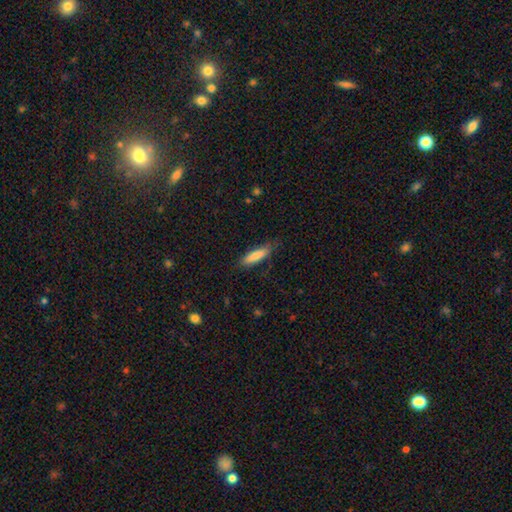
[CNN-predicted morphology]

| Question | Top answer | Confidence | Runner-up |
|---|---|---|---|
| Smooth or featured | smooth | 82% | featured or disk (12%) |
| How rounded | cigar-shaped | 69% | in between (29%) |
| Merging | none | 78% | minor disturbance (17%) |